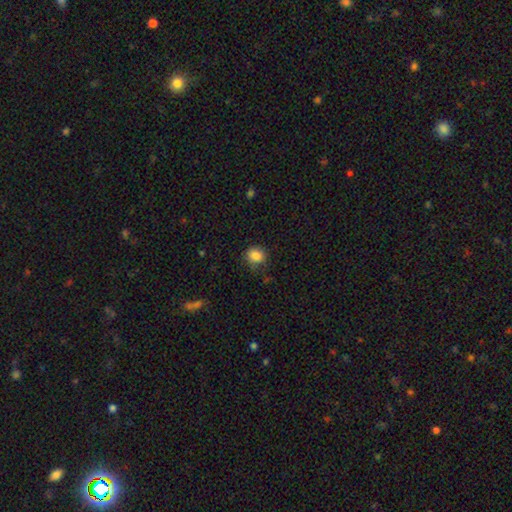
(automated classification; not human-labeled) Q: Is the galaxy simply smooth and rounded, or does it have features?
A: smooth — 86%.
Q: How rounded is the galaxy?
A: round — 70%.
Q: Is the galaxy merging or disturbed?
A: none — 76%.